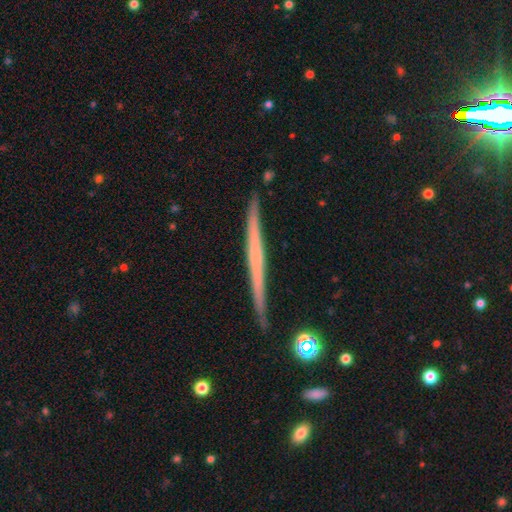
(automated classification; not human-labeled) Smooth or featured? Predicted: featured or disk (p=0.64). Edge-on disk? Predicted: yes (p=0.98). Edge-on bulge? Predicted: none (p=0.80). Merging? Predicted: none (p=0.89).